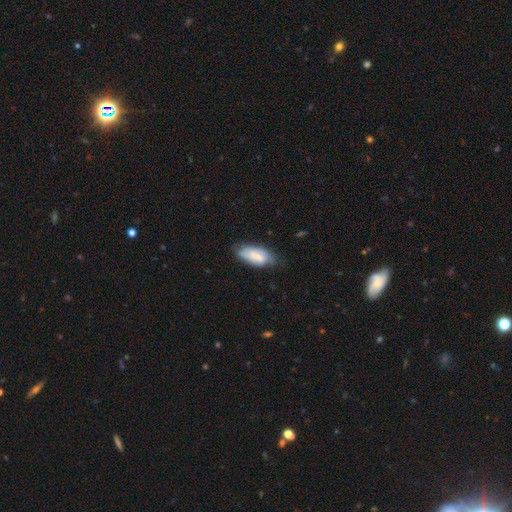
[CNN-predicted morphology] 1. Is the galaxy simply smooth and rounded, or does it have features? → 67% smooth, 25% featured or disk, 7% star or artifact.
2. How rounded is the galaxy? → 88% in between, 10% cigar-shaped, 2% round.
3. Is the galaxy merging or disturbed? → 58% none, 32% minor disturbance, 7% major disturbance, 2% merger.